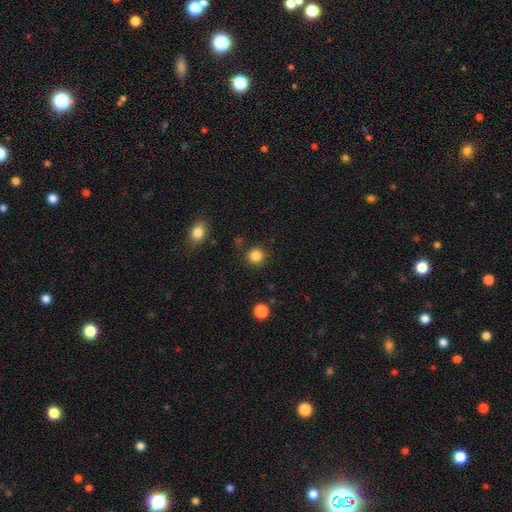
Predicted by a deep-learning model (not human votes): Q: Smooth or featured?
A: smooth (85%); runner-up: star or artifact (11%)
Q: How rounded?
A: round (93%); runner-up: in between (6%)
Q: Merging?
A: none (87%); runner-up: minor disturbance (8%)